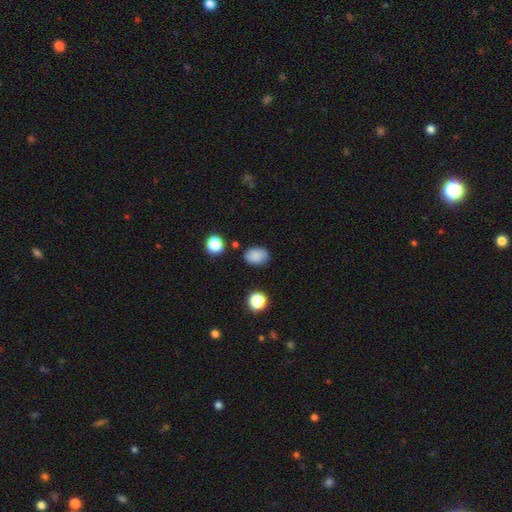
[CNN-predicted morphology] This appears to be a smooth galaxy with no disk features (84%) that is in between round and cigar-shaped (75%). Merging: none (80%).